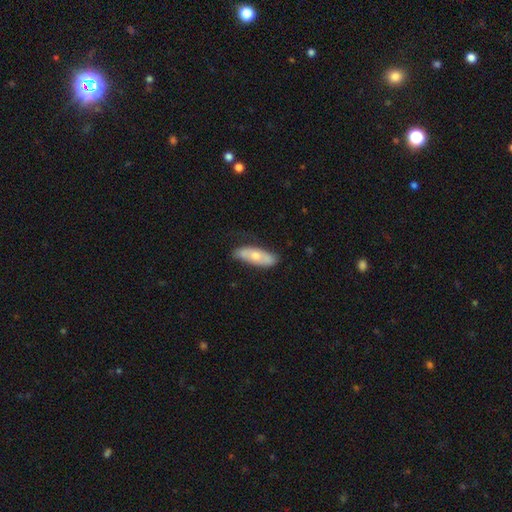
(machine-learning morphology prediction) type=smooth (54%); roundness=in between (63%); merging=none (75%).